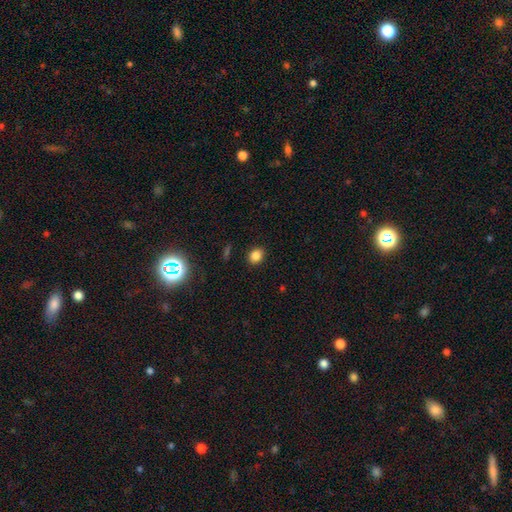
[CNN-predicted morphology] This is clearly a smooth galaxy (83%). How rounded: possibly round (58%). Merging: clearly none (89%).